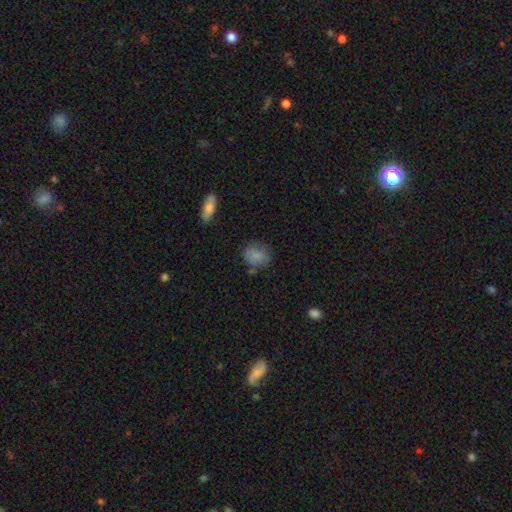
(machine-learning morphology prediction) A smooth galaxy with no disk features (80%) that is round (59%). Merging: none (66%).